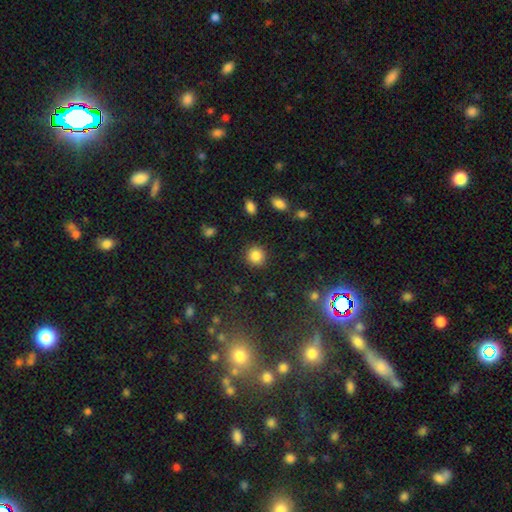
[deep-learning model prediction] Smooth or featured?
  - smooth: 85% *
  - star or artifact: 10%
  - featured or disk: 5%
How rounded?
  - round: 91% *
  - in between: 8%
  - cigar-shaped: 1%
Merging?
  - none: 90% *
  - minor disturbance: 6%
  - major disturbance: 3%
  - merger: 1%